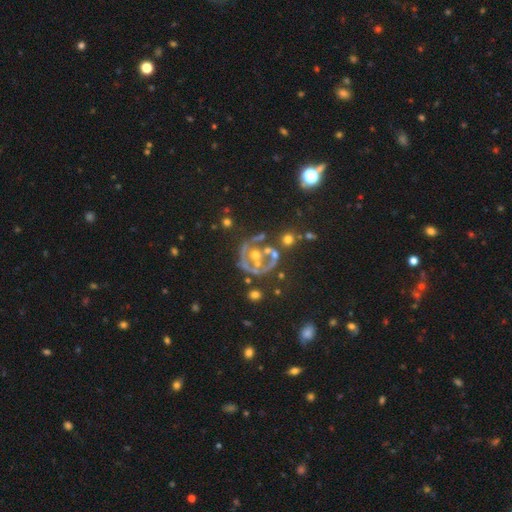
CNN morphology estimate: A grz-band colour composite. It shows a featured or disk galaxy (71%) with no bar (73%), no spiral arms (52%) and a moderate central bulge (53%). Merging: none (46%).